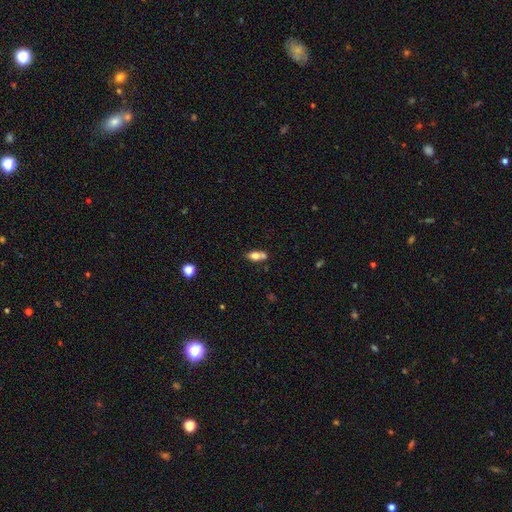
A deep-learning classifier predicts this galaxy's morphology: type=smooth (67%); roundness=in between (79%); merging=none (53%).